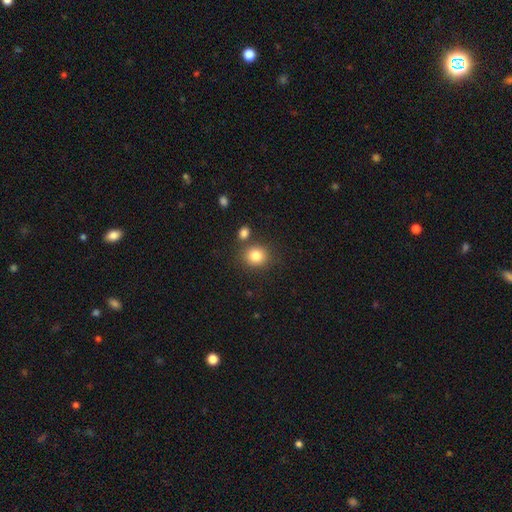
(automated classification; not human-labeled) This appears to be a smooth galaxy with no disk features (83%) that is round (79%). Merging: none (76%).